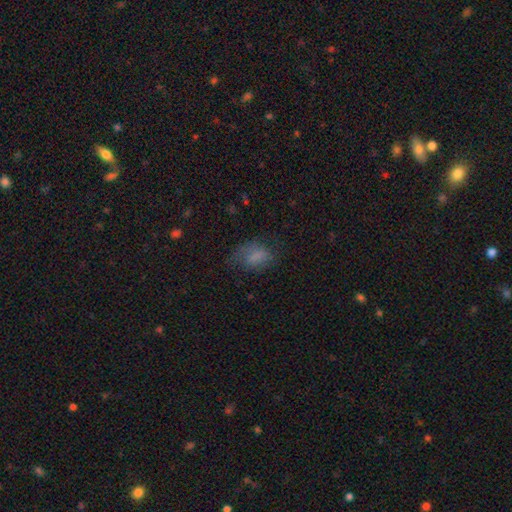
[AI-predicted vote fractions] A smooth galaxy with no disk features (71%) that is in between round and cigar-shaped (85%). Merging: none (49%).